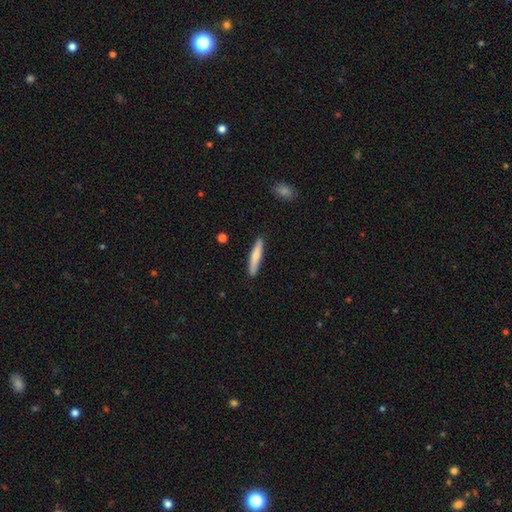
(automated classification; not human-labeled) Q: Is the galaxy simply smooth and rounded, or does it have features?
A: smooth — 69%.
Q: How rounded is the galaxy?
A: cigar-shaped — 91%.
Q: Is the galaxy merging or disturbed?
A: none — 89%.